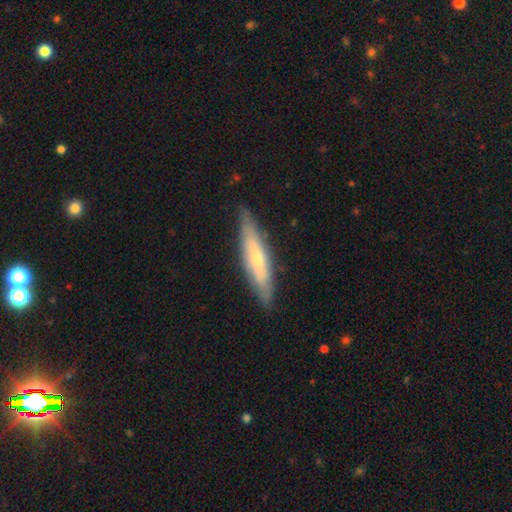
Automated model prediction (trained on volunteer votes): smooth-or-featured: featured or disk: 51% | smooth: 43% | star or artifact: 6%
  disk-edge-on: yes: 78% | no: 22%
  merging: none: 82% | minor disturbance: 14% | major disturbance: 3% | merger: 1%